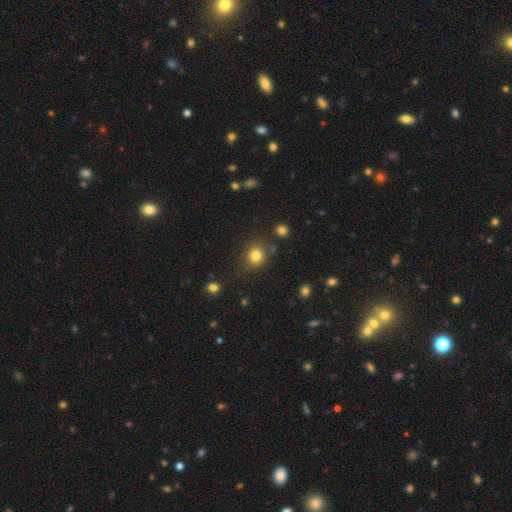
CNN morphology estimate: smooth-or-featured: smooth: 82% | star or artifact: 12% | featured or disk: 6%
  how-rounded: round: 80% | in between: 19% | cigar-shaped: 1%
  merging: none: 80% | minor disturbance: 11% | merger: 5% | major disturbance: 4%